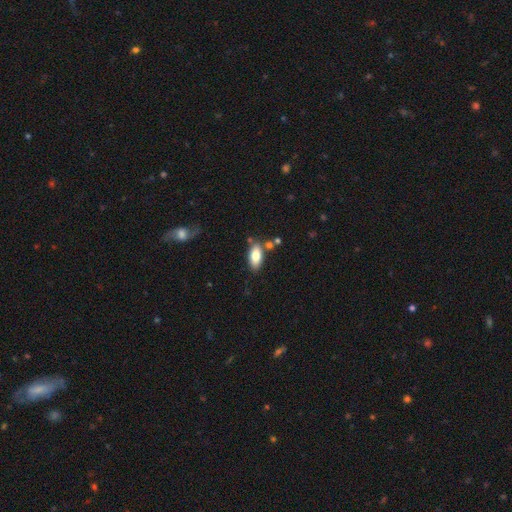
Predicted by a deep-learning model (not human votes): smooth 80%, featured or disk 13%, star or artifact 7%. Down the decision tree: how rounded — in between (89%); merging — none (71%).